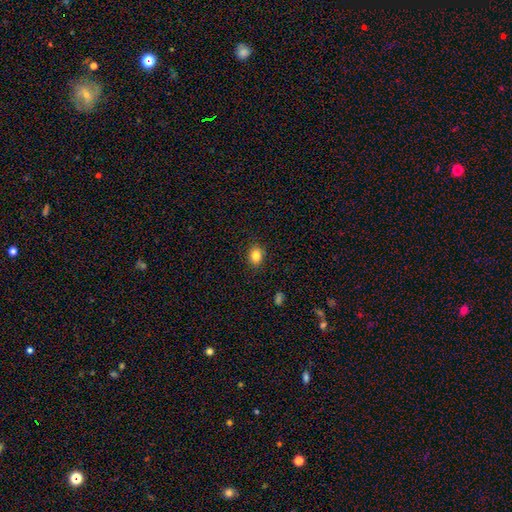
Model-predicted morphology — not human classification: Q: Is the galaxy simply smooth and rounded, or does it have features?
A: smooth — 84%.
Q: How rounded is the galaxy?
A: in between — 56%.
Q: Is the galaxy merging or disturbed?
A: none — 88%.